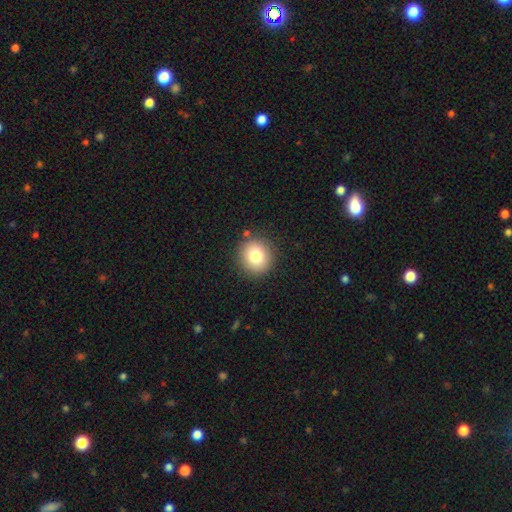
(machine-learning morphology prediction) smooth_or_featured: smooth (p=0.79) [alt: star or artifact p=0.11]
how_rounded: round (p=0.89) [alt: in between p=0.10]
merging: none (p=0.88) [alt: minor disturbance p=0.08]